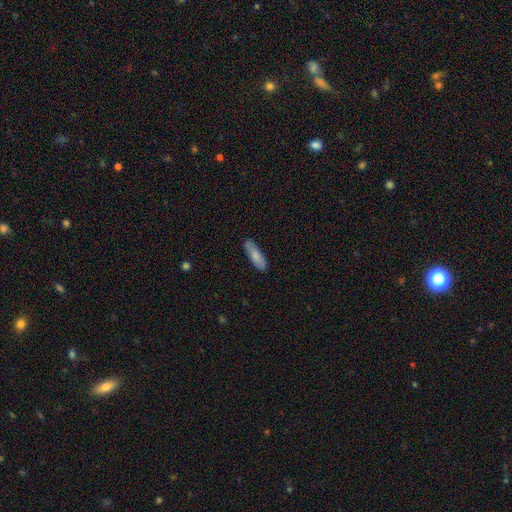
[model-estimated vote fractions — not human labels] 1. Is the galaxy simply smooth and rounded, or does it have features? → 79% smooth, 16% featured or disk, 6% star or artifact.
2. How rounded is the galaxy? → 53% cigar-shaped, 45% in between, 2% round.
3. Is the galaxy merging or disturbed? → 86% none, 11% minor disturbance, 2% major disturbance, 1% merger.